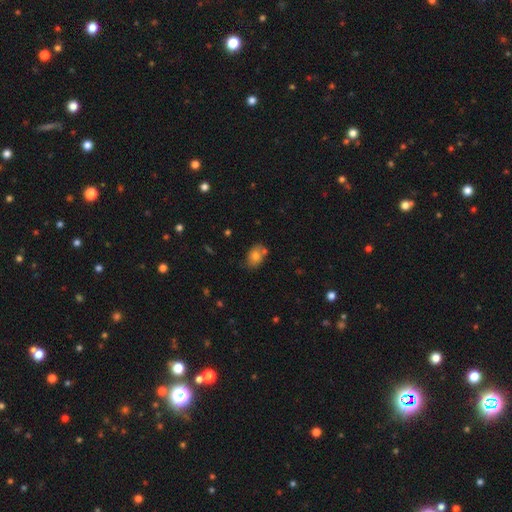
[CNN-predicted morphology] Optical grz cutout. It shows a smooth galaxy with no disk features (74%) that is in between round and cigar-shaped (77%). Merging: none (62%).